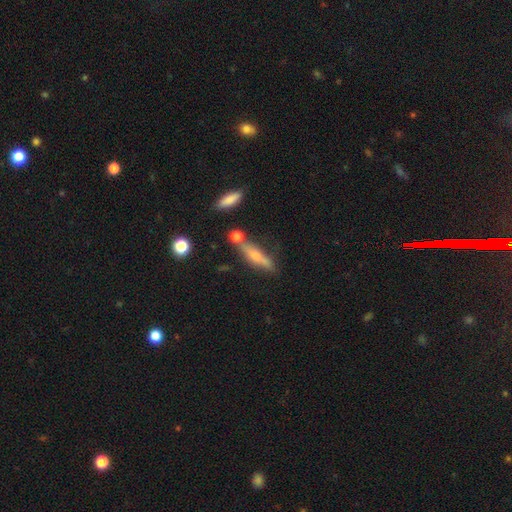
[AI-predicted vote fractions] smooth_or_featured: smooth (p=0.52) [alt: featured or disk p=0.39]
how_rounded: cigar-shaped (p=0.77) [alt: in between p=0.20]
merging: none (p=0.63) [alt: minor disturbance p=0.18]